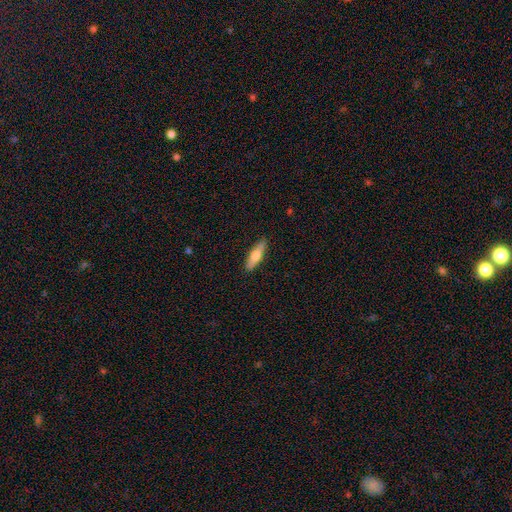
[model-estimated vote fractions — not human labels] This appears to be a smooth galaxy with no disk features (62%) that is cigar-shaped (62%). Merging: none (89%).